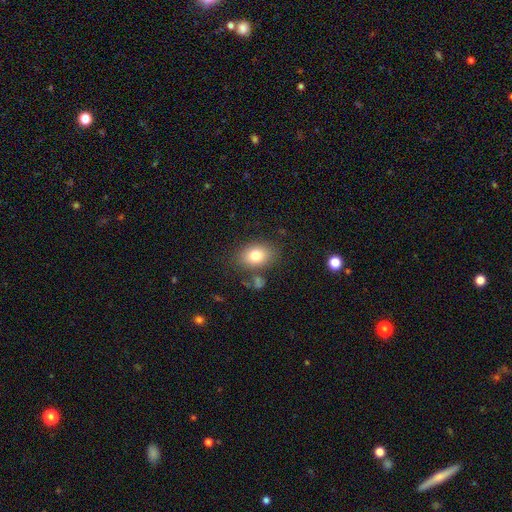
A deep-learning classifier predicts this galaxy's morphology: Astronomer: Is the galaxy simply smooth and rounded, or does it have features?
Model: smooth — 79%.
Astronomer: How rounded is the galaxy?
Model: in between — 76%.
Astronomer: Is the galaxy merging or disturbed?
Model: none — 78%.